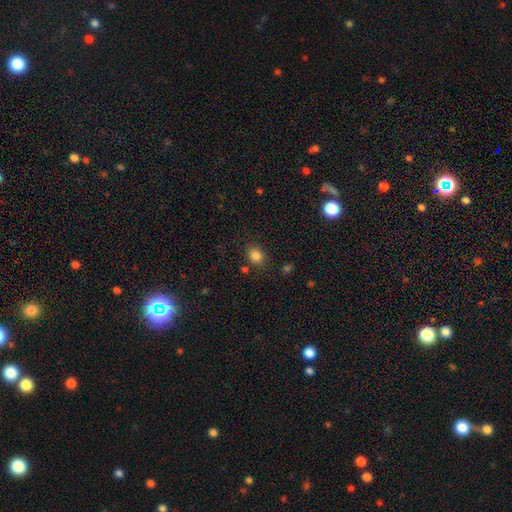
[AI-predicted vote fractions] This appears to be a smooth galaxy with no disk features (84%) that is in between round and cigar-shaped (50%). Merging: none (80%).